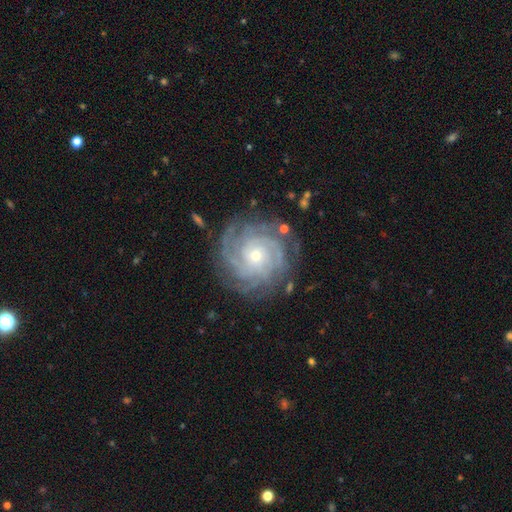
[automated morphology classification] This appears to be a featured or disk galaxy (89%) with no bar (77%), 4 (28%) tight (80%) spiral arms (98%) and a small central bulge (66%). Merging: none (81%).